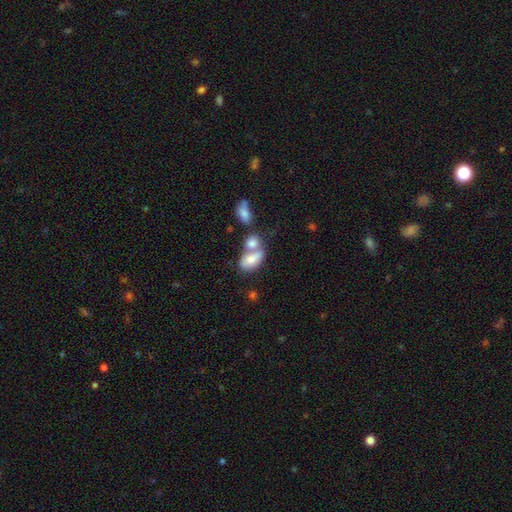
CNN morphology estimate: Overall: smooth (64%; featured or disk 25%). How rounded: in between (86%). Merging: merger (57%; none 25%).